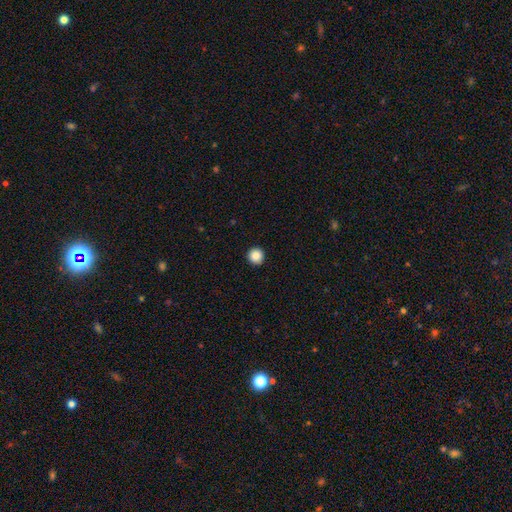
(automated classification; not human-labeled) Smooth or featured?
  - smooth: 88% *
  - star or artifact: 9%
  - featured or disk: 3%
How rounded?
  - round: 96% *
  - in between: 3%
  - cigar-shaped: 1%
Merging?
  - none: 93% *
  - minor disturbance: 5%
  - major disturbance: 1%
  - merger: 1%